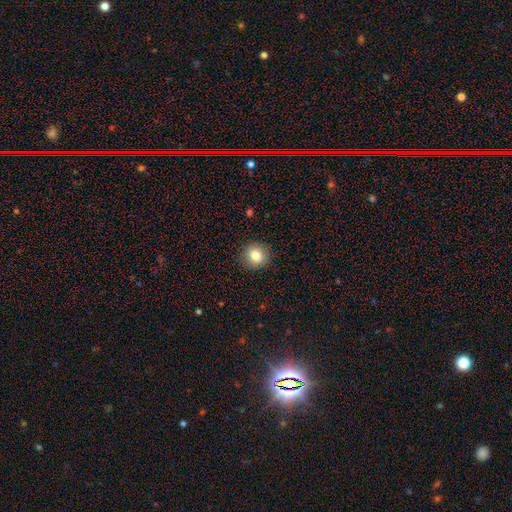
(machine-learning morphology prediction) The model was most divided on "smooth or featured": smooth: 81%, star or artifact: 10%, featured or disk: 9%. More confident: merging — none (89%); how rounded — round (87%).